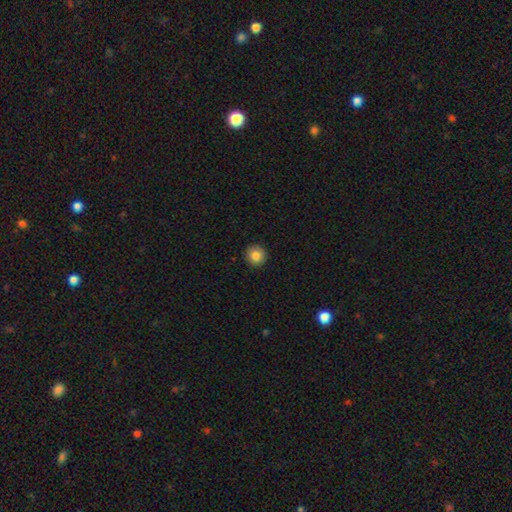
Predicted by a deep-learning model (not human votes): The model was most divided on "smooth or featured": smooth: 84%, star or artifact: 9%, featured or disk: 6%. More confident: how rounded — round (94%); merging — none (92%).